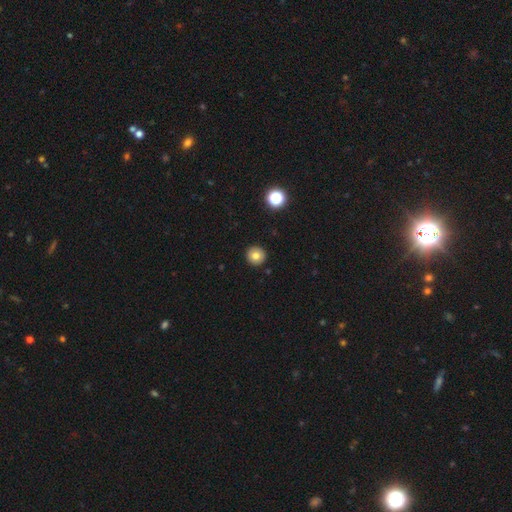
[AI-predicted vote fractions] A smooth galaxy with no disk features (78%) that is round (95%).

Vote fractions:
- Smooth or featured? smooth: 78% / featured or disk: 12% / star or artifact: 11%
- How rounded? round: 95% / in between: 4% / cigar-shaped: 1%
- Merging? none: 93% / minor disturbance: 5% / major disturbance: 1% / merger: 1%